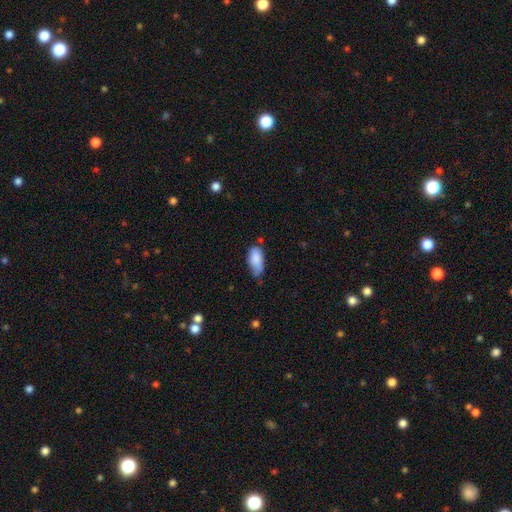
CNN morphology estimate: smooth-or-featured: smooth: 83% | featured or disk: 10% | star or artifact: 7%
  how-rounded: in between: 89% | cigar-shaped: 8% | round: 2%
  merging: minor disturbance: 43% | none: 42% | major disturbance: 10% | merger: 5%